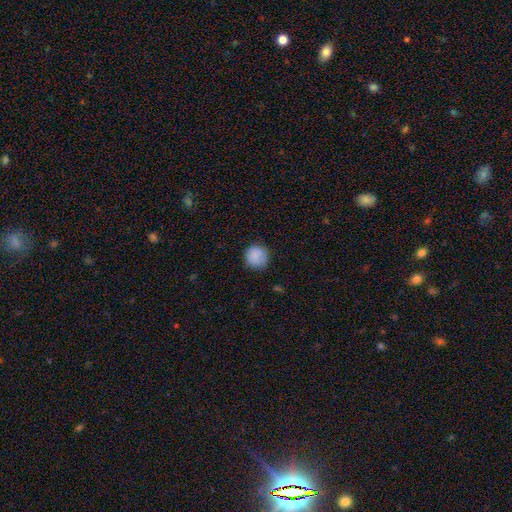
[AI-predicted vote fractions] Overall: smooth (86%). How rounded: round (92%). Merging: none (81%).